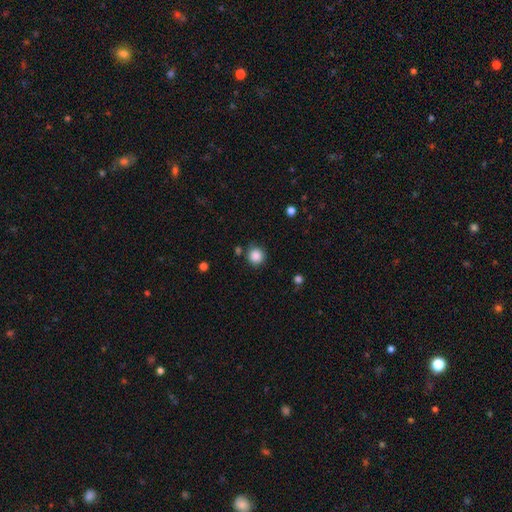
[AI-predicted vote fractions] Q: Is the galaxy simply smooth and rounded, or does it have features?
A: smooth — 87%.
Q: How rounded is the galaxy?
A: round — 94%.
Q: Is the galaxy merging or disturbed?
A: none — 85%.